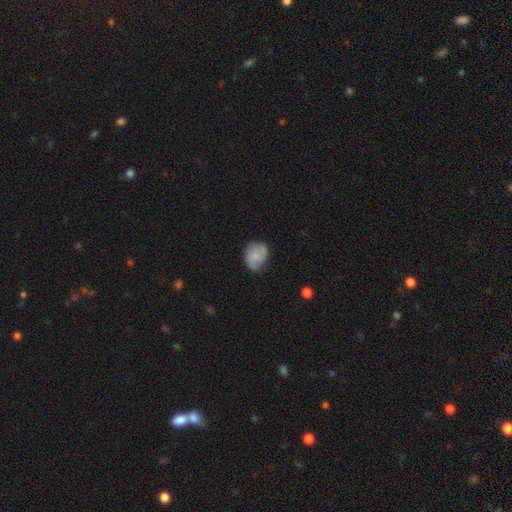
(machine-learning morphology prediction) Smooth or featured?
  - smooth: 62% *
  - featured or disk: 29%
  - star or artifact: 8%
How rounded?
  - round: 58% *
  - in between: 41%
  - cigar-shaped: 1%
Merging?
  - none: 56% *
  - minor disturbance: 32%
  - major disturbance: 10%
  - merger: 2%